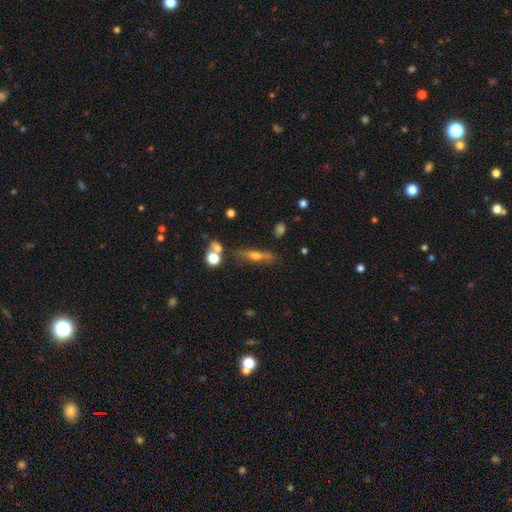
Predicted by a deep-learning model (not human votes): This is possibly a featured or disk galaxy (46%). Merging: likely none (66%).